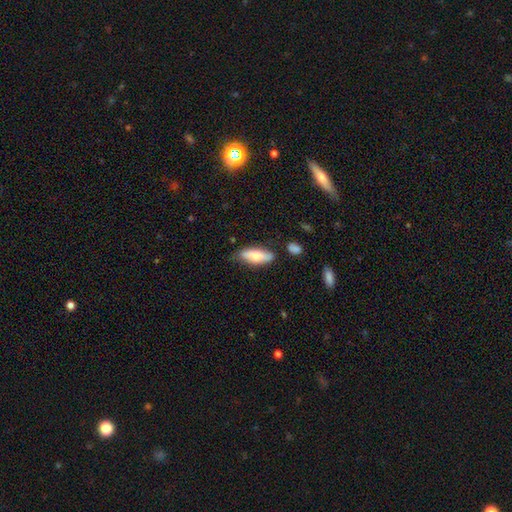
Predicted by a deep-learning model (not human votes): Smooth or featured: smooth — 71% (featured or disk — 23%)
How rounded: in between — 65% (cigar-shaped — 33%)
Merging: none — 70% (minor disturbance — 22%)